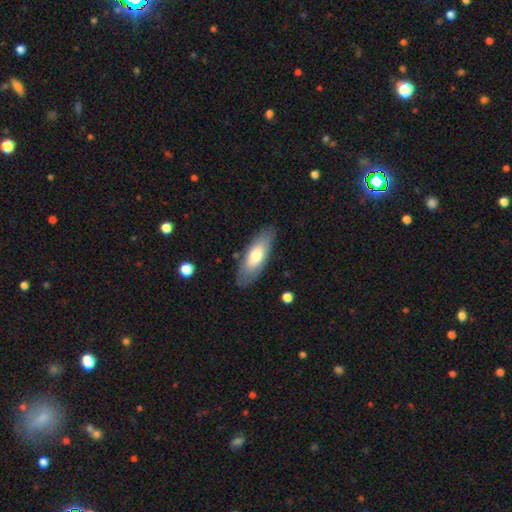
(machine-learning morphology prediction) This appears to be a smooth galaxy with no disk features (67%) that is in between round and cigar-shaped (70%). Merging: none (83%).